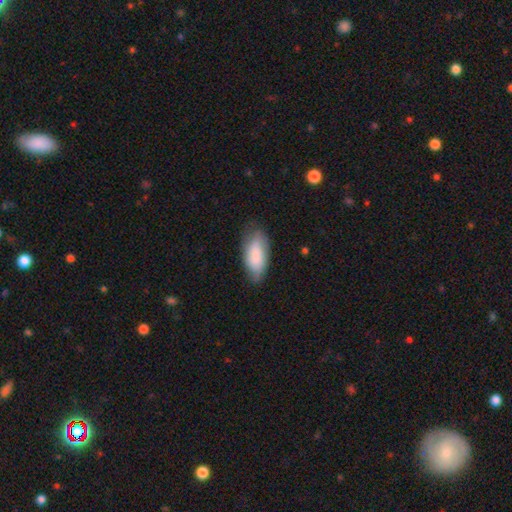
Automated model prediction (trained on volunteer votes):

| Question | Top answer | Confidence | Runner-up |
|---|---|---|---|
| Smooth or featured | smooth | 81% | featured or disk (13%) |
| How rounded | in between | 90% | cigar-shaped (8%) |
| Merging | none | 68% | minor disturbance (25%) |